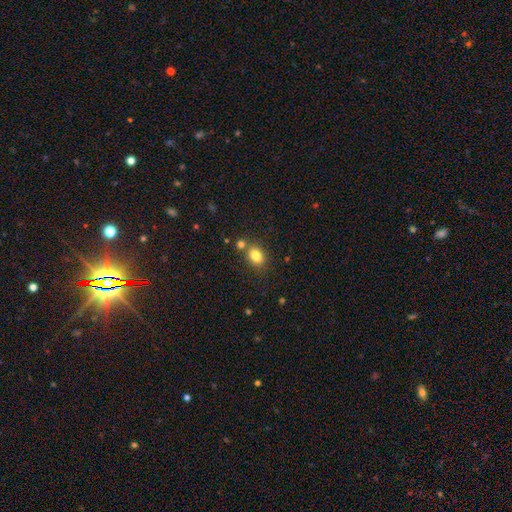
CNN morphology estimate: Smooth or featured? Predicted: smooth (p=0.82). How rounded? Predicted: in between (p=0.61). Merging? Predicted: none (p=0.69).